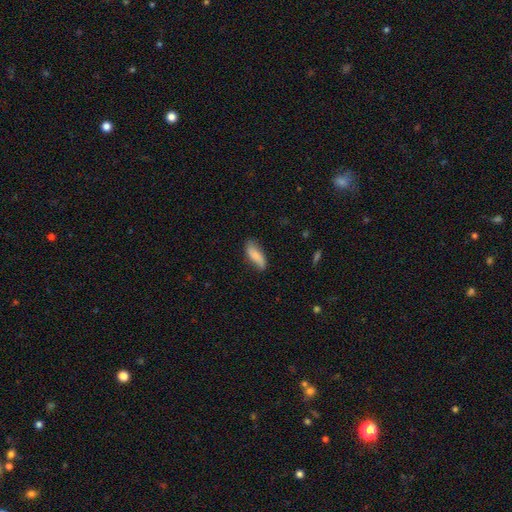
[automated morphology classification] Smooth or featured? smooth (71%)
How rounded? in between (69%)
Merging? none (72%)